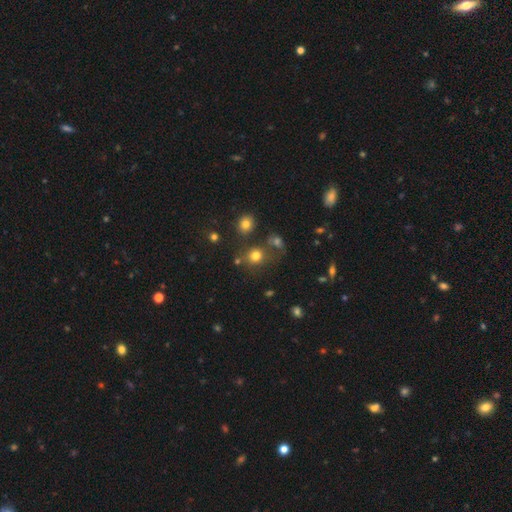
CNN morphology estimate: Smooth or featured?
  - smooth: 75% *
  - star or artifact: 17%
  - featured or disk: 8%
How rounded?
  - round: 83% *
  - in between: 16%
  - cigar-shaped: 1%
Merging?
  - none: 65% *
  - merger: 15%
  - minor disturbance: 12%
  - major disturbance: 7%